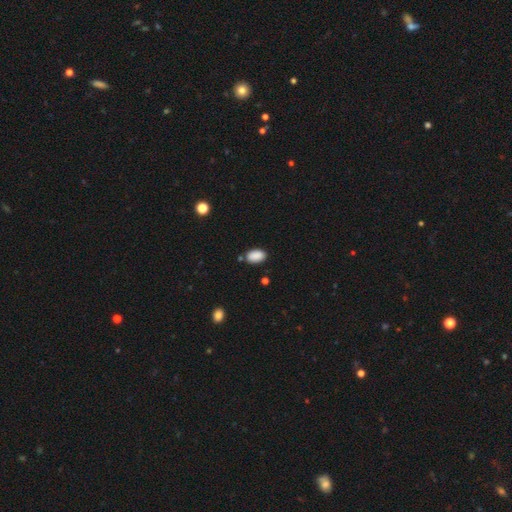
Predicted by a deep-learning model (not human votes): Overall: smooth (89%). How rounded: in between (91%). Merging: none (81%).